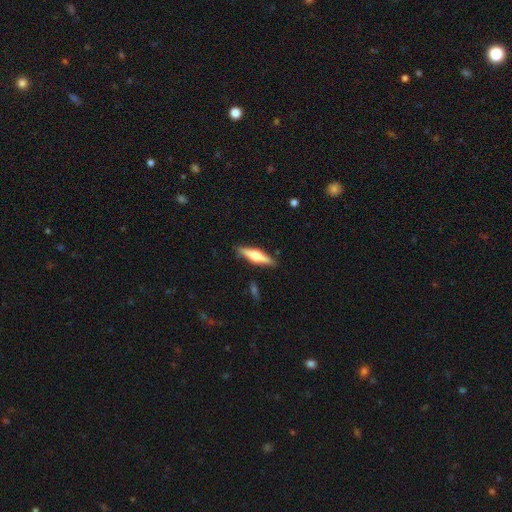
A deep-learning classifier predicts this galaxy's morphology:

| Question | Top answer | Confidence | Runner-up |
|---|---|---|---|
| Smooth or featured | featured or disk | 56% | smooth (39%) |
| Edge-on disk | yes | 95% | no (5%) |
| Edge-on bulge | rounded | 89% | boxy (8%) |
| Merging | none | 88% | minor disturbance (9%) |